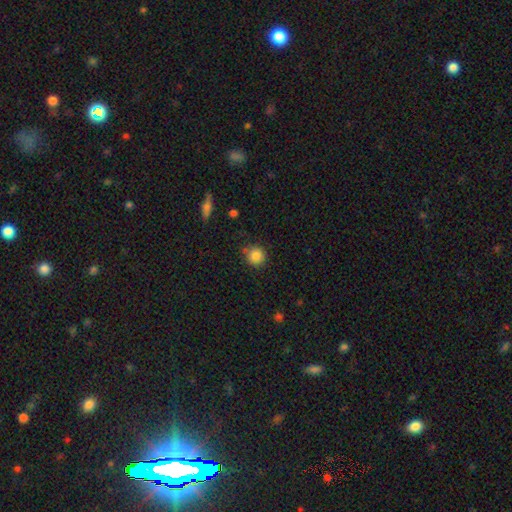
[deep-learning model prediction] A smooth galaxy with no disk features (85%) that is round (91%). Merging: none (80%).